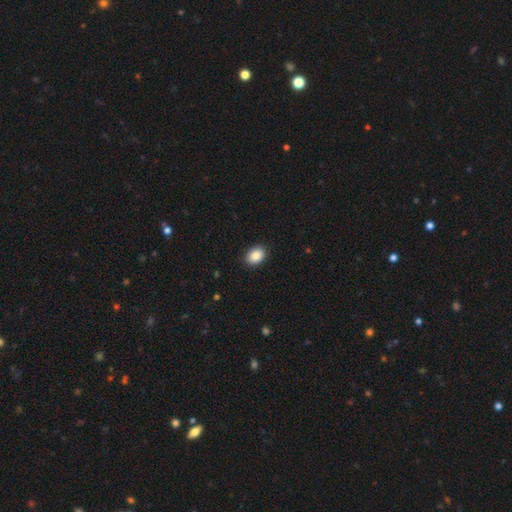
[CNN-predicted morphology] Q: Smooth or featured?
A: smooth (88%); runner-up: star or artifact (8%)
Q: How rounded?
A: in between (78%); runner-up: round (21%)
Q: Merging?
A: none (89%); runner-up: minor disturbance (8%)